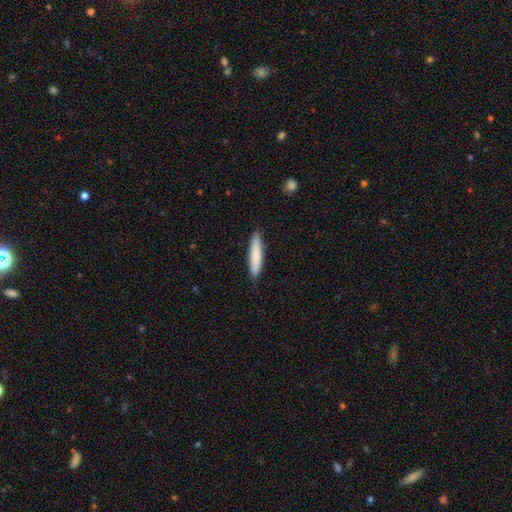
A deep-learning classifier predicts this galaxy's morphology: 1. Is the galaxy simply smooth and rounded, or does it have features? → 82% smooth, 12% featured or disk, 5% star or artifact.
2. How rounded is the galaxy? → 89% cigar-shaped, 10% in between, 1% round.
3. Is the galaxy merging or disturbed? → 88% none, 9% minor disturbance, 2% major disturbance, 1% merger.